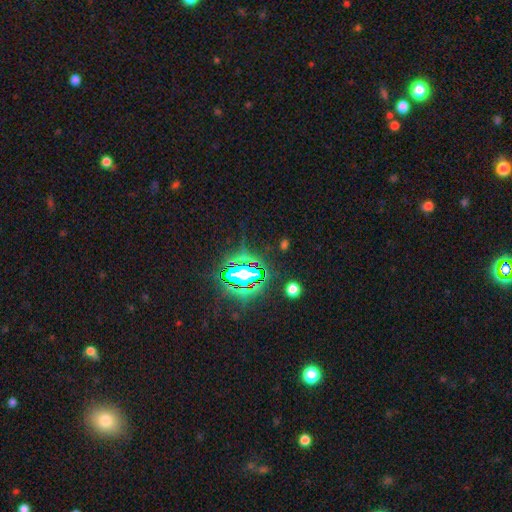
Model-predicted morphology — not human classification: star or artifact 83%, smooth 10%, featured or disk 6%.